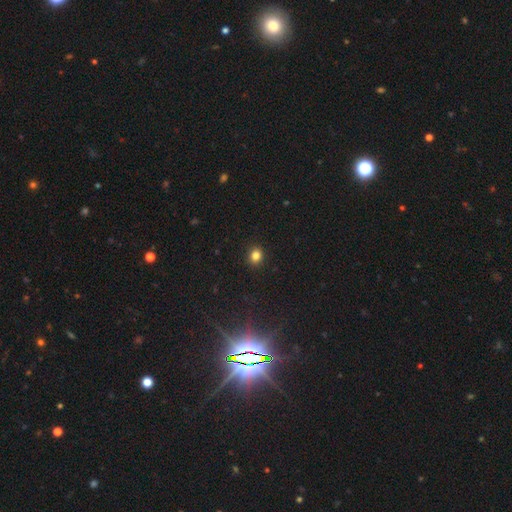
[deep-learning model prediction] A smooth galaxy with no disk features (82%) that is round (72%). Merging: none (91%).